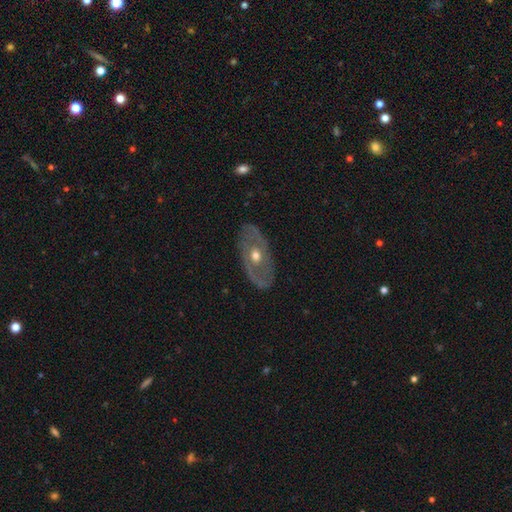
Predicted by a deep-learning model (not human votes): This is likely a featured or disk galaxy (74%). It is clearly not viewed edge-on (87%). Bar: likely no (78%). Spiral arm pattern: possibly no (51%). Central bulge: likely moderate (74%). Merging: clearly none (82%).